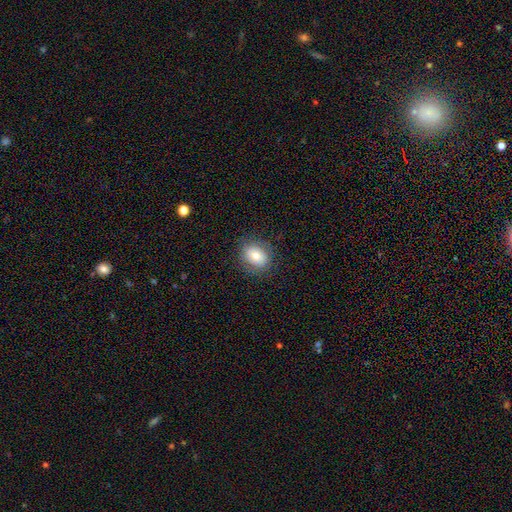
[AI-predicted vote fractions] Morphology: type=smooth (75%); roundness=in between (54%); merging=none (82%).